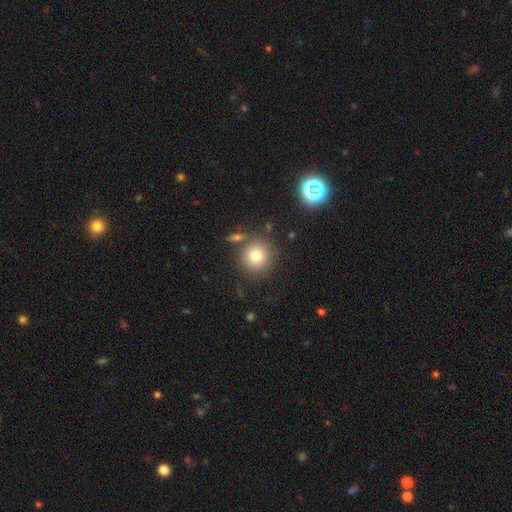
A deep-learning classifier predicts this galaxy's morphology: This is likely a smooth galaxy (77%). How rounded: clearly round (94%). Merging: likely none (79%).